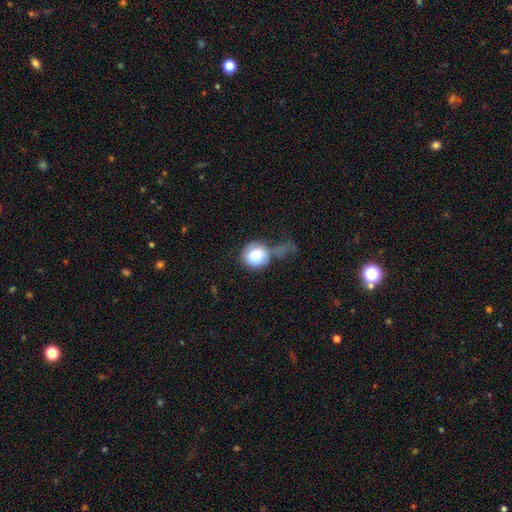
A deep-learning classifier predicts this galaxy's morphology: Smooth or featured? smooth (77%)
How rounded? round (75%)
Merging? major disturbance (39%)